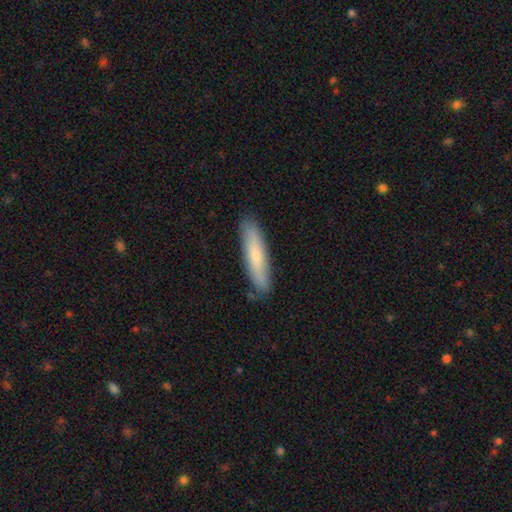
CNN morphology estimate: smooth-or-featured: smooth: 69% | featured or disk: 25% | star or artifact: 6%
  how-rounded: cigar-shaped: 82% | in between: 16% | round: 1%
  merging: none: 85% | minor disturbance: 11% | major disturbance: 2% | merger: 1%